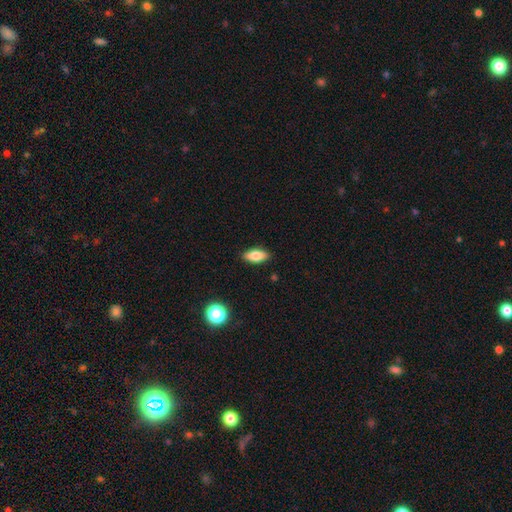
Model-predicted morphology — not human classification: Smooth or featured: smooth — 76% (featured or disk — 16%)
How rounded: in between — 82% (cigar-shaped — 15%)
Merging: none — 89% (minor disturbance — 8%)